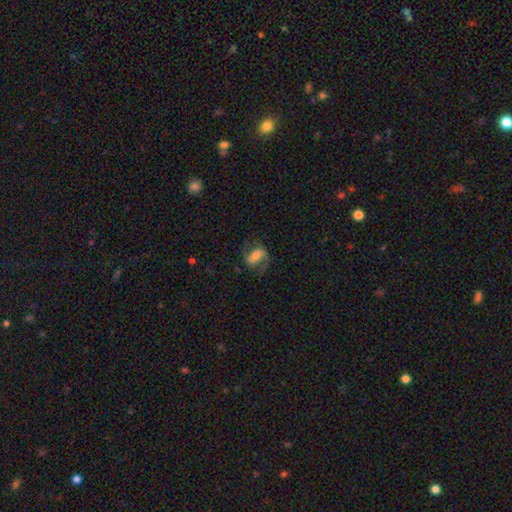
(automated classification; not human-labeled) smooth_or_featured: featured or disk (p=0.61) [alt: smooth p=0.31]
disk_edge_on: no (p=0.95) [alt: yes p=0.05]
bar: strong (p=0.43) [alt: weak p=0.34]
has_spiral_arms: yes (p=0.85) [alt: no p=0.15]
bulge_size: moderate (p=0.46) [alt: small p=0.27]
merging: none (p=0.66) [alt: minor disturbance p=0.18]